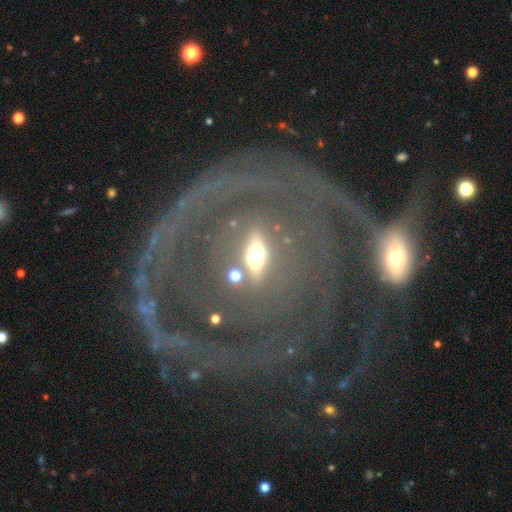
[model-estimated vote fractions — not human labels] smooth-or-featured: featured or disk: 50% | smooth: 31% | star or artifact: 19%
  merging: none: 67% | minor disturbance: 13% | major disturbance: 13% | merger: 7%